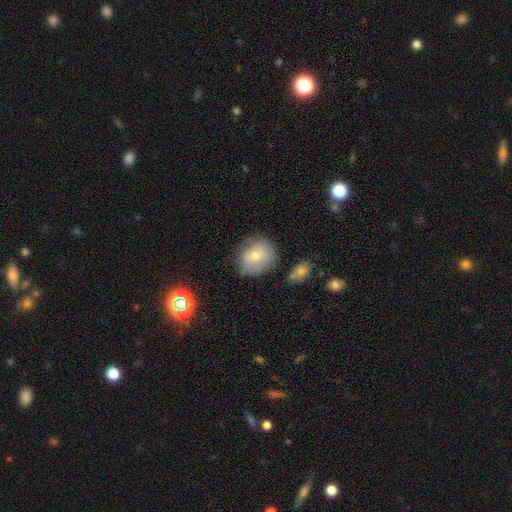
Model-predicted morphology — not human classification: Smooth or featured?
  - smooth: 63% *
  - featured or disk: 28%
  - star or artifact: 9%
How rounded?
  - round: 69% *
  - in between: 30%
  - cigar-shaped: 1%
Merging?
  - none: 63% *
  - minor disturbance: 25%
  - major disturbance: 7%
  - merger: 5%